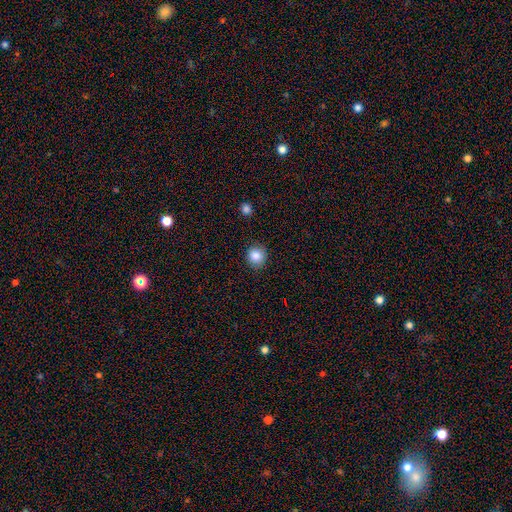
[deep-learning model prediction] Morphology: type=smooth (85%); roundness=round (88%); merging=none (88%).